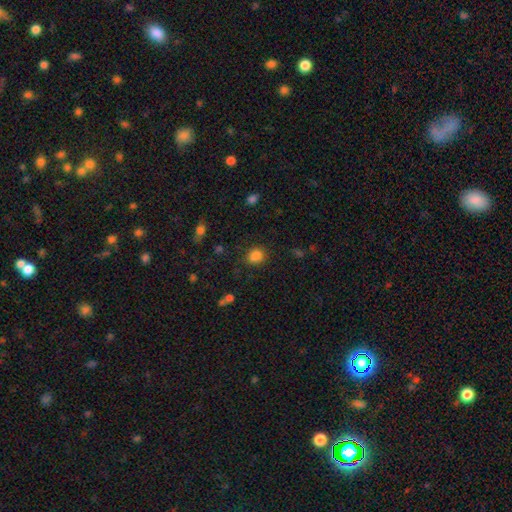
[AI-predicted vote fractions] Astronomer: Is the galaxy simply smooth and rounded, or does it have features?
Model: smooth — 84%.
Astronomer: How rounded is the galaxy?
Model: round — 58% (runner-up: in between, 41%).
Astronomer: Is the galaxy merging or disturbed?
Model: none — 78%.